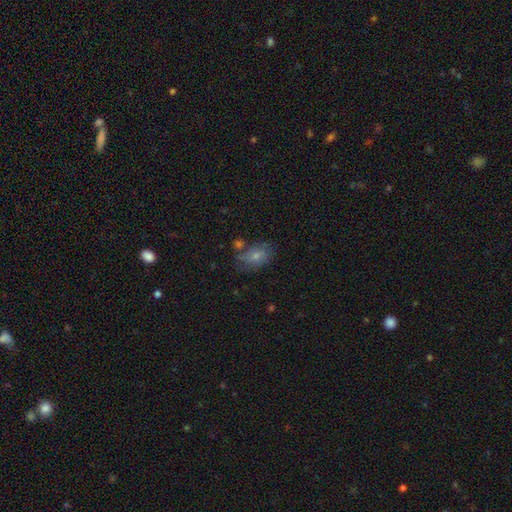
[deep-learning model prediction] smooth 61%, featured or disk 29%, star or artifact 11%. Down the decision tree: how rounded — in between (79%); merging — none (50%).